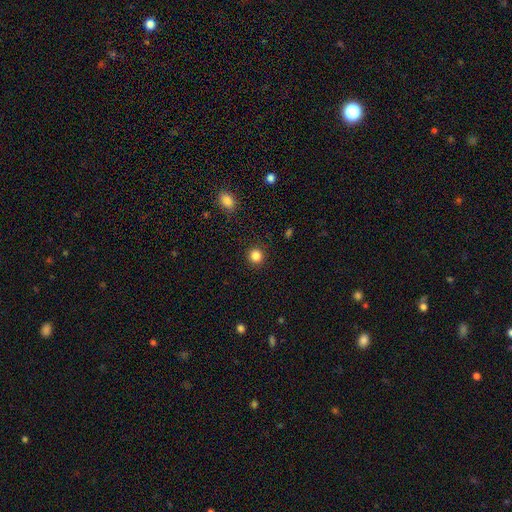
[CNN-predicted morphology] smooth_or_featured: smooth (p=0.85) [alt: star or artifact p=0.12]
how_rounded: round (p=0.93) [alt: in between p=0.06]
merging: none (p=0.91) [alt: minor disturbance p=0.05]